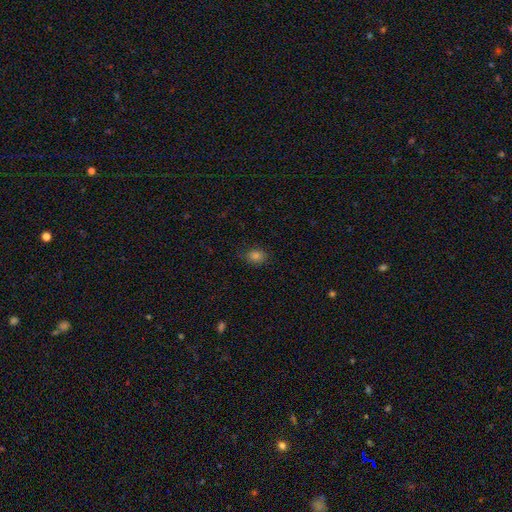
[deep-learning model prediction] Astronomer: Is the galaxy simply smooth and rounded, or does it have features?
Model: smooth — 79%.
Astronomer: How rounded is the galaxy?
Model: in between — 65%.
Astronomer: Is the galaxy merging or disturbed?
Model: none — 81%.